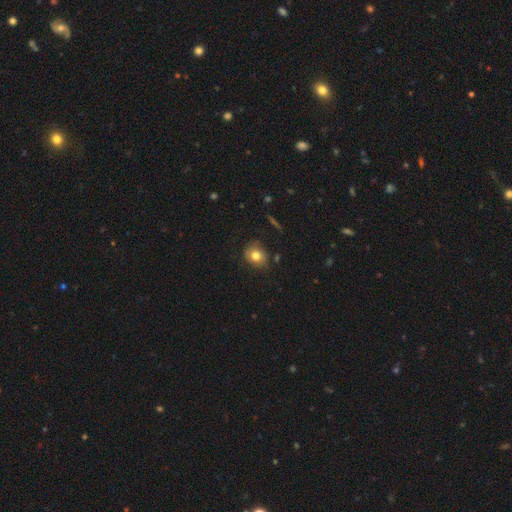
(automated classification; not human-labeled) This is likely a smooth galaxy (77%). How rounded: possibly round (59%). Merging: likely none (71%).